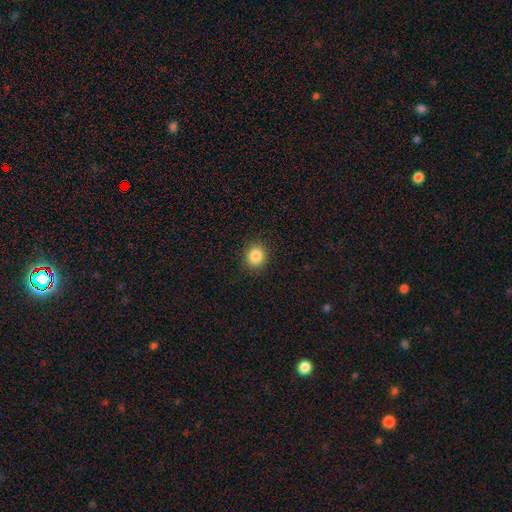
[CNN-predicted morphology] Smooth or featured?
  - smooth: 85% *
  - star or artifact: 10%
  - featured or disk: 4%
How rounded?
  - round: 79% *
  - in between: 20%
  - cigar-shaped: 1%
Merging?
  - none: 90% *
  - minor disturbance: 7%
  - major disturbance: 2%
  - merger: 1%